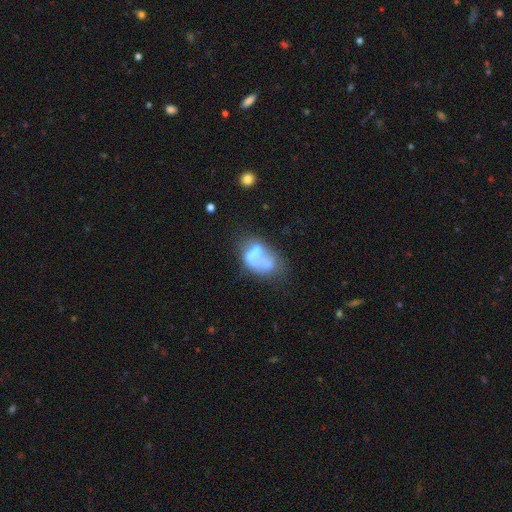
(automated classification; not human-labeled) smooth_or_featured: featured or disk (p=0.49) [alt: smooth p=0.40]
merging: merger (p=0.40) [alt: major disturbance p=0.25]